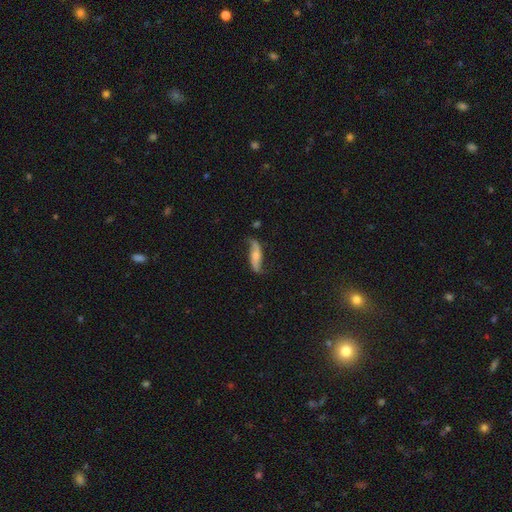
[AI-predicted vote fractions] Smooth or featured?
  - featured or disk: 69% *
  - smooth: 25%
  - star or artifact: 6%
Edge-on disk?
  - no: 71% *
  - yes: 29%
Merging?
  - none: 71% *
  - minor disturbance: 20%
  - major disturbance: 6%
  - merger: 2%